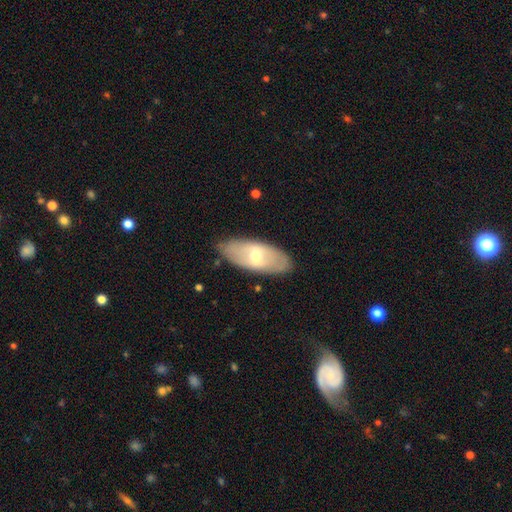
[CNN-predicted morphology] smooth_or_featured: featured or disk (p=0.50) [alt: smooth p=0.44]
disk_edge_on: no (p=0.81) [alt: yes p=0.19]
merging: none (p=0.83) [alt: minor disturbance p=0.13]